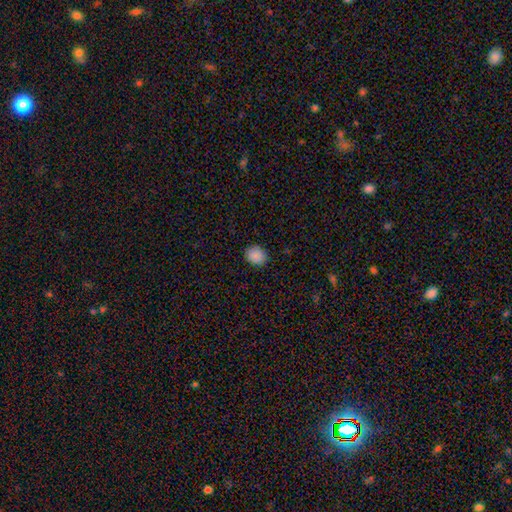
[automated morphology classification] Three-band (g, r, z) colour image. It shows a smooth galaxy with no disk features (89%) that is round (66%). Merging: none (89%).